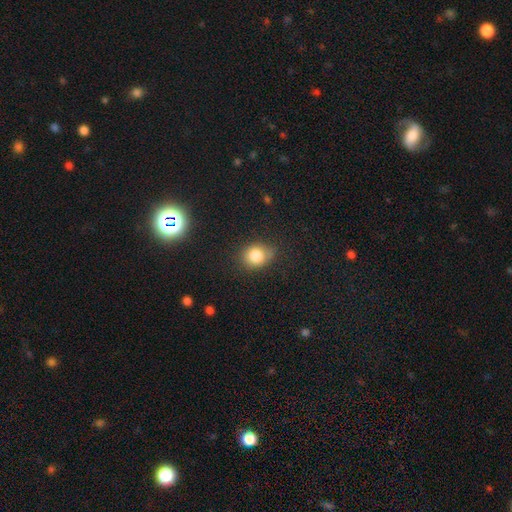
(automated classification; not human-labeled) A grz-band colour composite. It shows a smooth galaxy with no disk features (82%) that is round (63%). Merging: none (71%).